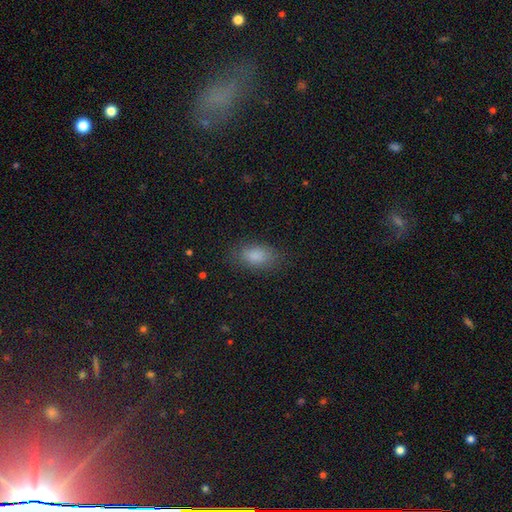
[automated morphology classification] smooth 85%, star or artifact 8%, featured or disk 6%. Down the decision tree: how rounded — in between (89%); merging — none (80%).